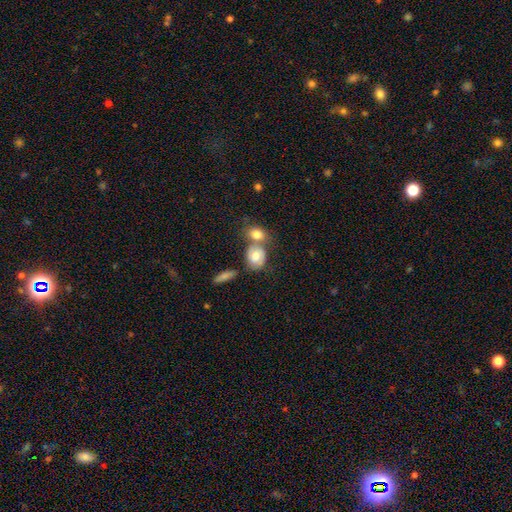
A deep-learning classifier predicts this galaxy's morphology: The model was most divided on "how rounded" (2-way tie): in between: 49%, round: 49%, cigar-shaped: 2%. Remaining: smooth or featured — smooth (69%); merging — merger (45%).